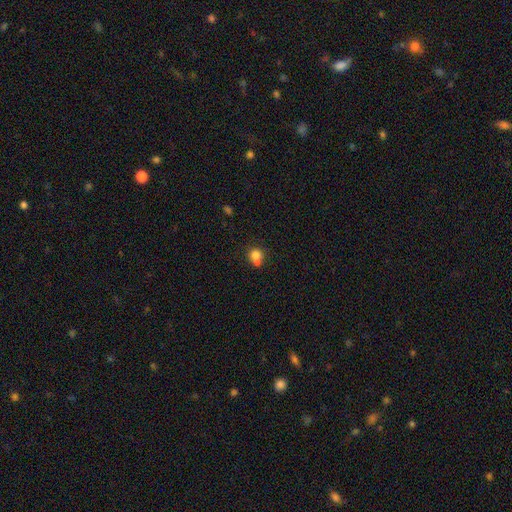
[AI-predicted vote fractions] smooth 77%, featured or disk 12%, star or artifact 11%. Down the decision tree: how rounded — round (77%); merging — merger (42%).